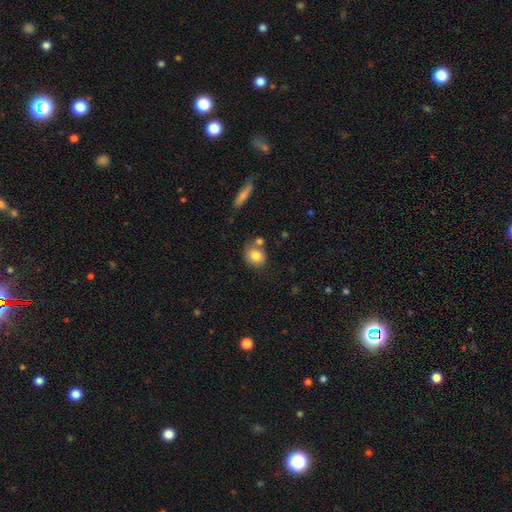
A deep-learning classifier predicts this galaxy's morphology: This appears to be a smooth galaxy with no disk features (81%) that is round (73%). Merging: none (63%).